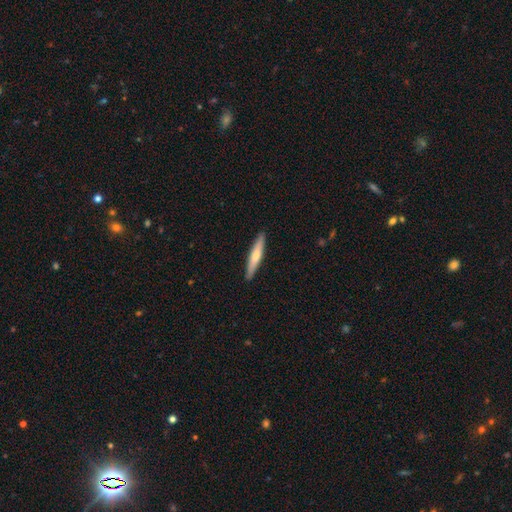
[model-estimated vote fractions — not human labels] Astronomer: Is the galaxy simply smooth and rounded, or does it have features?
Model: smooth — 62%.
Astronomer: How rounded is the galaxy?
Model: cigar-shaped — 92%.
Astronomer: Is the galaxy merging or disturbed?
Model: none — 91%.